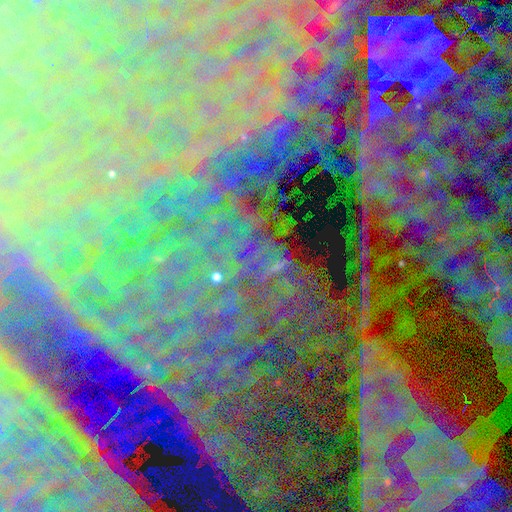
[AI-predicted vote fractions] star or artifact 85%, featured or disk 8%, smooth 7%.